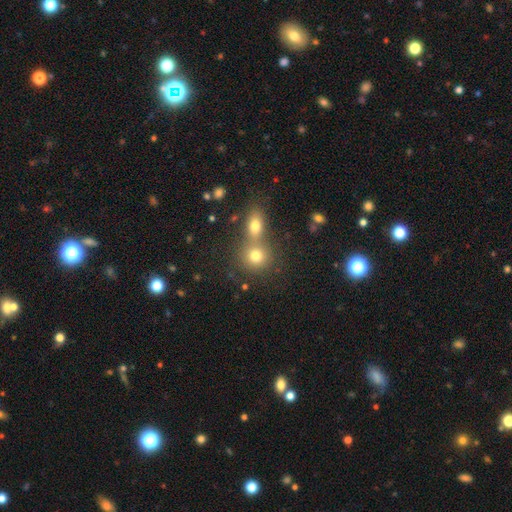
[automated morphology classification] smooth 76%, star or artifact 13%, featured or disk 11%. Down the decision tree: how rounded — round (81%); merging — merger (45%, tied with none).